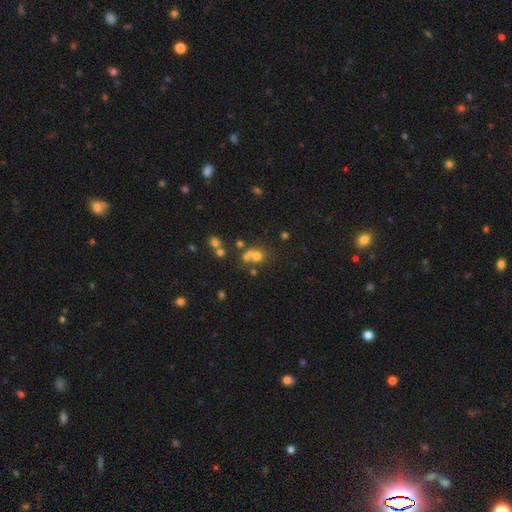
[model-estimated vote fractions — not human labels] smooth_or_featured: smooth (p=0.58) [alt: star or artifact p=0.23]
how_rounded: round (p=0.77) [alt: in between p=0.22]
merging: merger (p=0.43) [alt: none p=0.41]